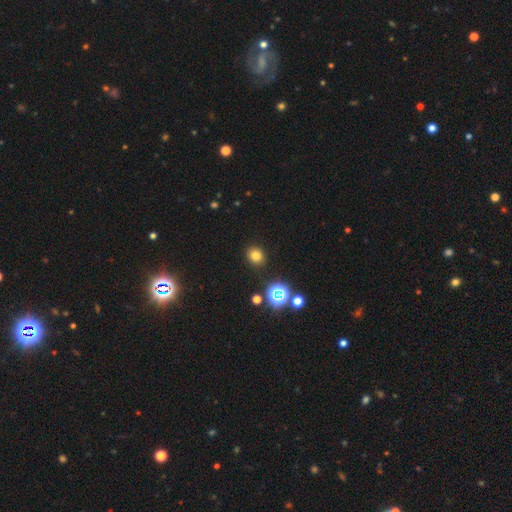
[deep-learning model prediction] This is likely a smooth galaxy (76%). How rounded: likely round (74%). Merging: clearly none (89%).